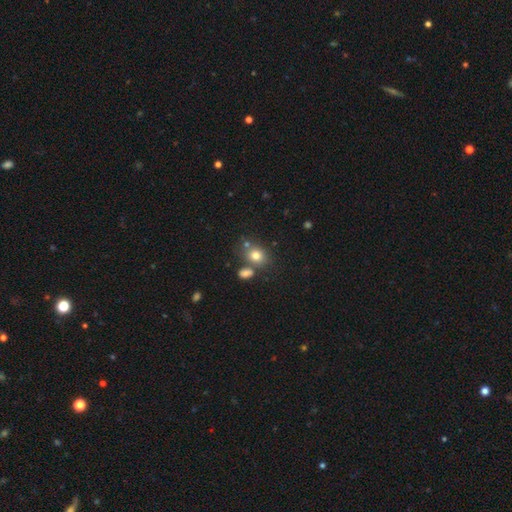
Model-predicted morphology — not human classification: The model was most divided on "how rounded": round: 57%, in between: 42%, cigar-shaped: 1%. More confident: smooth or featured — smooth (78%); merging — none (61%).